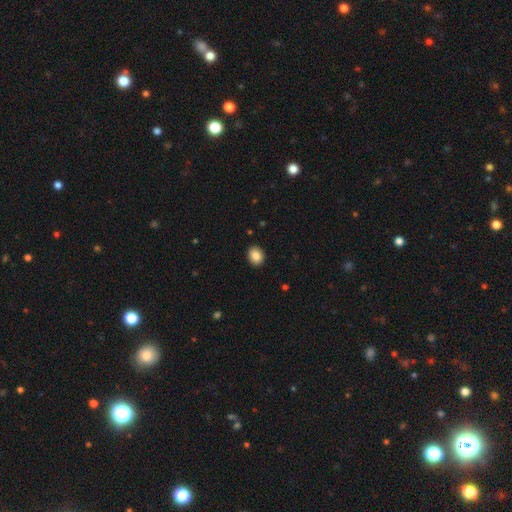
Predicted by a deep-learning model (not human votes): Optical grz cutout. It shows a smooth galaxy with no disk features (86%) that is round (51%). Merging: none (91%).